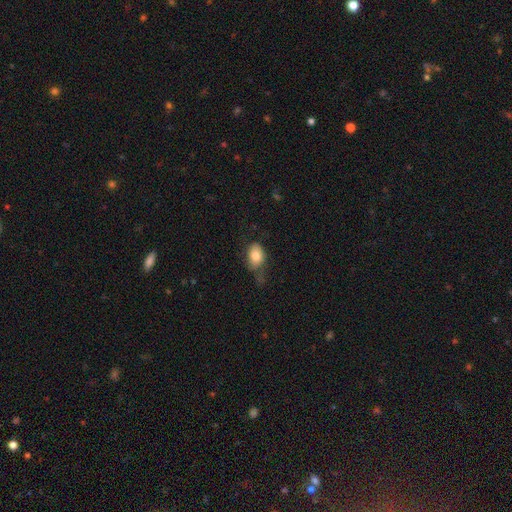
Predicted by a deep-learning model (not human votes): smooth_or_featured: smooth (p=0.81) [alt: featured or disk p=0.11]
how_rounded: in between (p=0.77) [alt: round p=0.21]
merging: none (p=0.44) [alt: minor disturbance p=0.35]